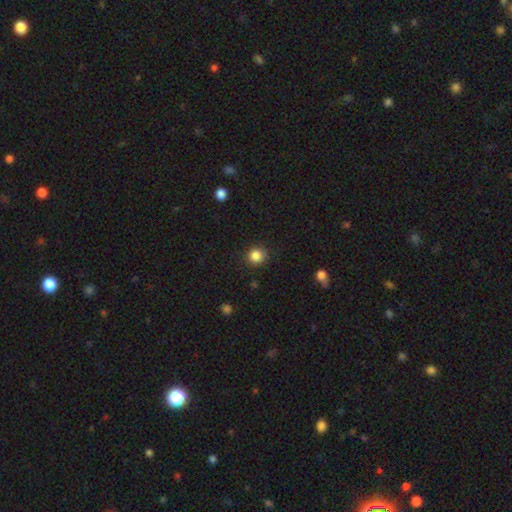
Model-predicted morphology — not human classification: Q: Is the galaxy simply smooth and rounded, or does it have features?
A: smooth — 85%.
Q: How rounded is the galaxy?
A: round — 90%.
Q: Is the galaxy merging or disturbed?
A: none — 87%.